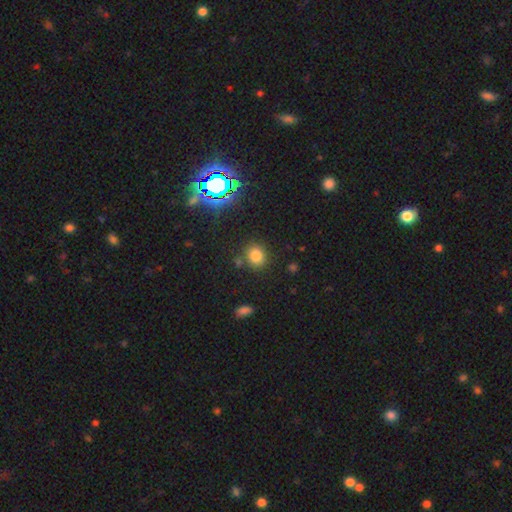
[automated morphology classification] A smooth galaxy with no disk features (76%) that is round (74%). Merging: none (80%).